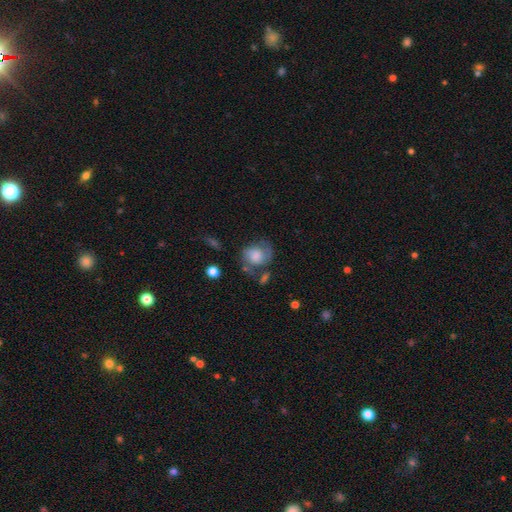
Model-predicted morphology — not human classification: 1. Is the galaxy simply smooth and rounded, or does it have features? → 48% smooth, 43% featured or disk, 9% star or artifact.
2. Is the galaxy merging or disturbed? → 44% none, 26% minor disturbance, 22% major disturbance, 8% merger.